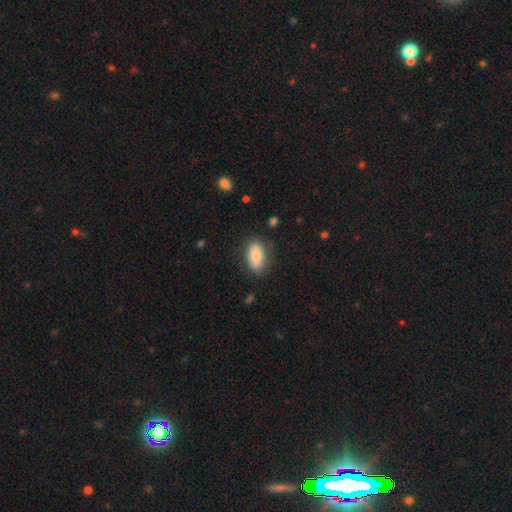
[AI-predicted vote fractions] A smooth galaxy with no disk features (84%) that is in between round and cigar-shaped (91%). Merging: none (80%).